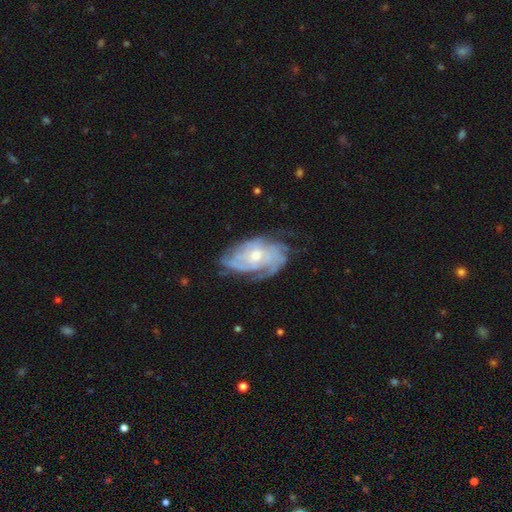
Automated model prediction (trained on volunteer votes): A featured or disk galaxy (82%) with no bar (75%), tight (65%) spiral arms (93%) and a moderate central bulge (54%).

Vote fractions:
- Smooth or featured? featured or disk: 82% / smooth: 12% / star or artifact: 6%
- Edge-on disk? no: 95% / yes: 5%
- Bar? no: 75% / weak: 21% / strong: 4%
- Spiral arms? yes: 93% / no: 7%
- Spiral winding? tight: 65% / medium: 27% / loose: 8%
- Spiral arm count? can't tell: 45% / 3: 15% / 4: 15% / 2: 12% / more than 4: 7% / 1: 5%
- Bulge size? moderate: 54% / small: 39% / large: 4% / none: 2% / dominant: 1%
- Merging? none: 65% / minor disturbance: 23% / major disturbance: 11% / merger: 1%